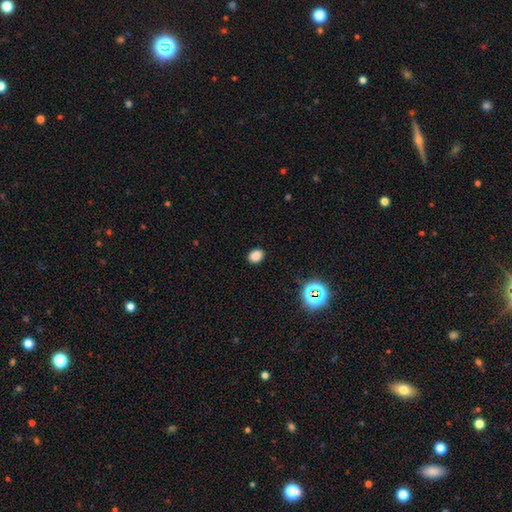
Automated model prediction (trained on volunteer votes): This appears to be a smooth galaxy with no disk features (83%) that is in between round and cigar-shaped (55%). Merging: none (89%).